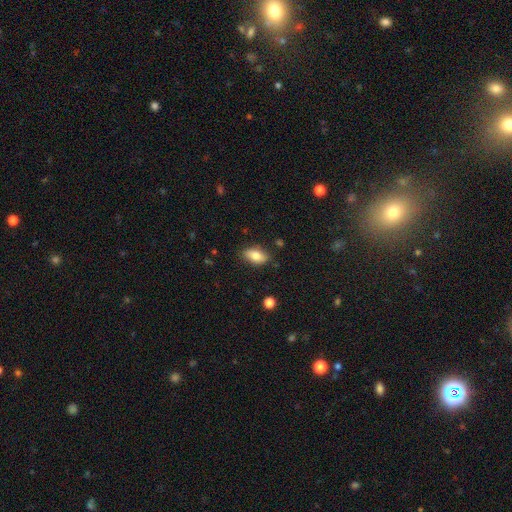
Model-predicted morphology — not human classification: A smooth galaxy with no disk features (80%) that is in between round and cigar-shaped (90%).

Vote fractions:
- Smooth or featured? smooth: 80% / featured or disk: 13% / star or artifact: 8%
- How rounded? in between: 90% / round: 6% / cigar-shaped: 5%
- Merging? none: 84% / minor disturbance: 12% / major disturbance: 3% / merger: 2%